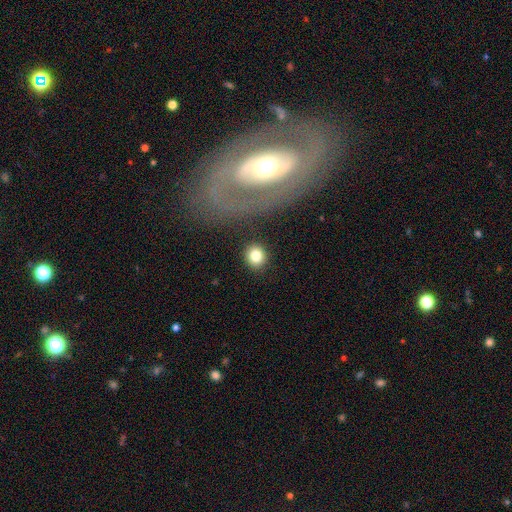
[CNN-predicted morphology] This appears to be a smooth galaxy with no disk features (83%) that is round (83%). Merging: none (88%).